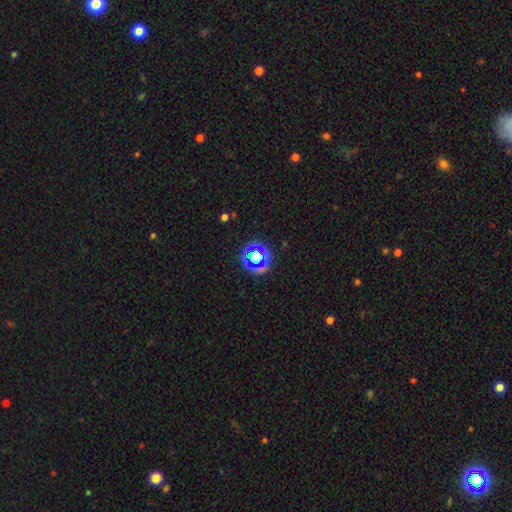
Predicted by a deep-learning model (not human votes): Q: Smooth or featured?
A: star or artifact (58%); runner-up: smooth (31%)